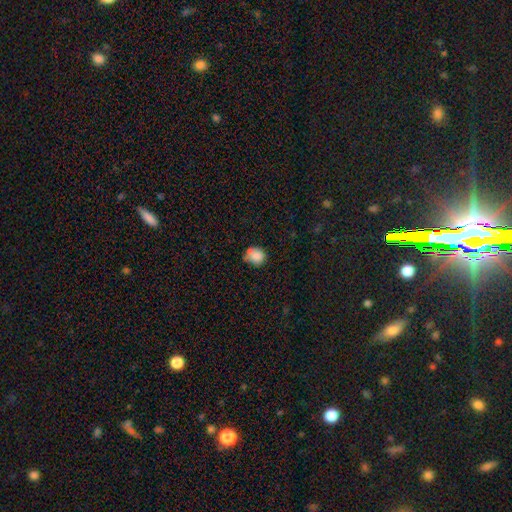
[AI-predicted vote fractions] Q: Smooth or featured?
A: smooth (82%); runner-up: star or artifact (10%)
Q: How rounded?
A: round (70%); runner-up: in between (30%)
Q: Merging?
A: none (50%); runner-up: minor disturbance (28%)